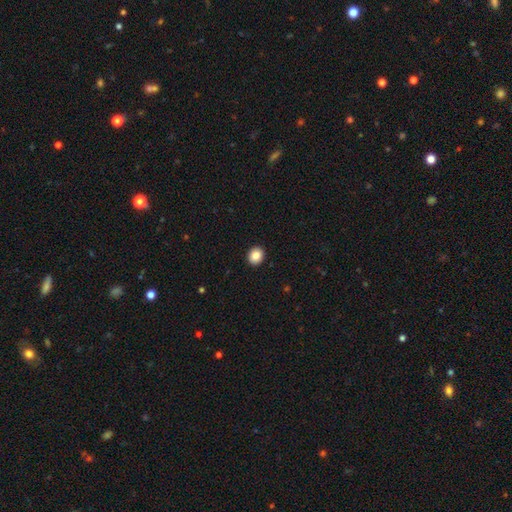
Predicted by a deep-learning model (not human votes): A smooth galaxy with no disk features (86%) that is round (71%).

Vote fractions:
- Smooth or featured? smooth: 86% / star or artifact: 9% / featured or disk: 5%
- How rounded? round: 71% / in between: 28% / cigar-shaped: 1%
- Merging? none: 93% / minor disturbance: 5% / major disturbance: 1% / merger: 1%